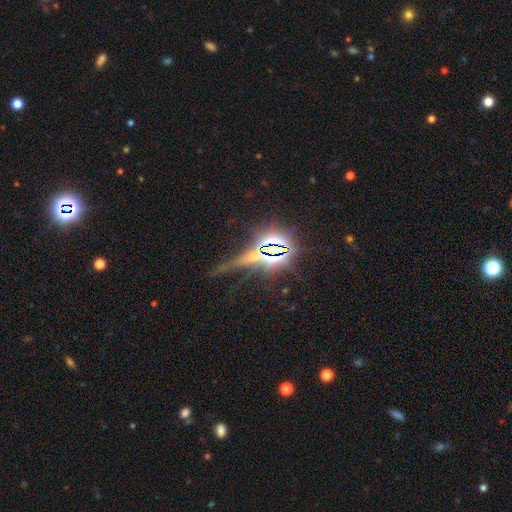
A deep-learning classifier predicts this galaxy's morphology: This is likely a star or artifact rather than a galaxy (77%).